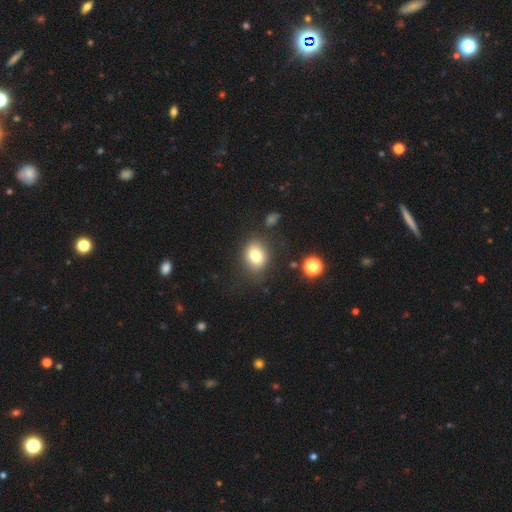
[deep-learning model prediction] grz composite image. It shows a smooth galaxy with no disk features (76%) that is round (54%). Merging: none (79%).